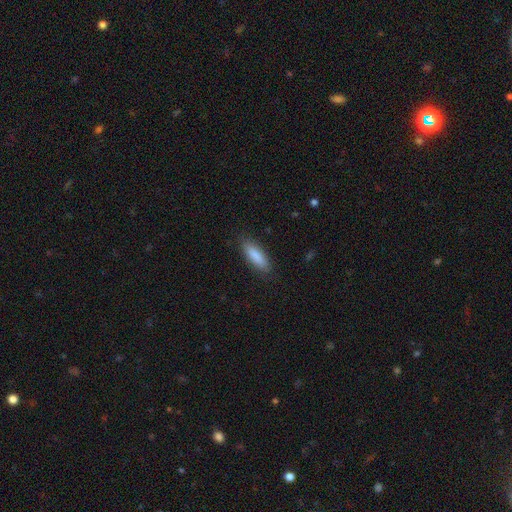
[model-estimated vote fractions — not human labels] This is clearly a smooth galaxy (85%). How rounded: possibly in between (49%, tied with cigar-shaped). Merging: clearly none (86%).